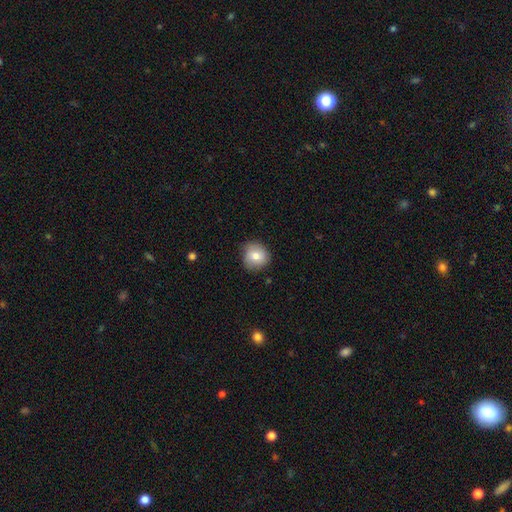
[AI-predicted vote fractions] Q: Smooth or featured?
A: smooth (80%); runner-up: featured or disk (12%)
Q: How rounded?
A: round (89%); runner-up: in between (10%)
Q: Merging?
A: none (79%); runner-up: minor disturbance (17%)